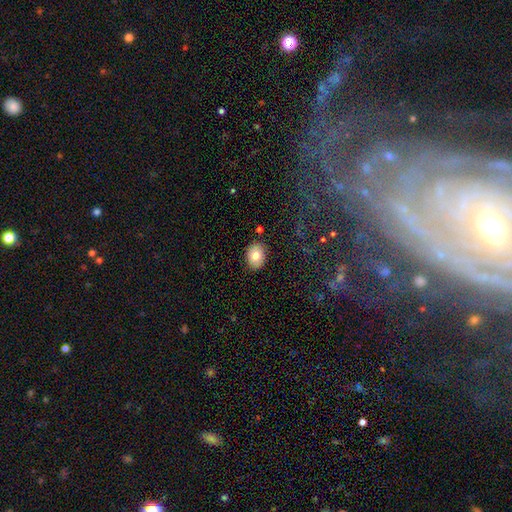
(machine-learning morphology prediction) Smooth or featured: smooth — 76% (featured or disk — 16%)
How rounded: in between — 66% (round — 33%)
Merging: none — 87% (minor disturbance — 9%)